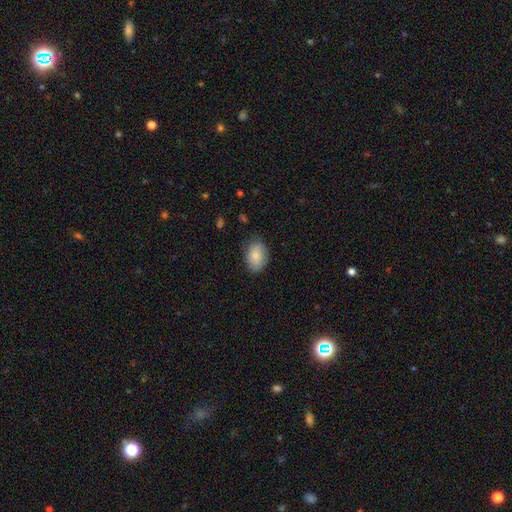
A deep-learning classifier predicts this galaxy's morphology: type=smooth (84%); roundness=in between (83%); merging=none (77%).